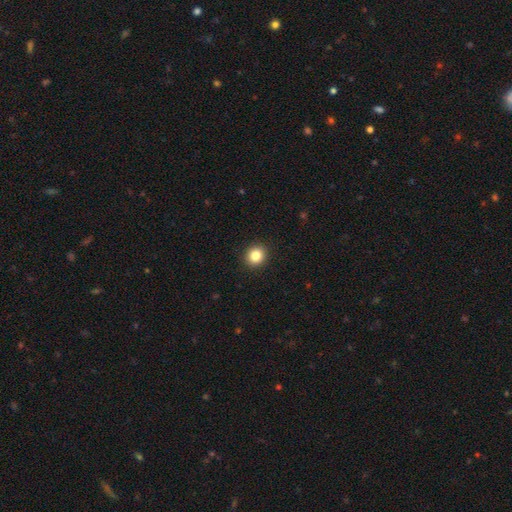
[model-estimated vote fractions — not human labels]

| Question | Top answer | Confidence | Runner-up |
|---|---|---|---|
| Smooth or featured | smooth | 85% | star or artifact (10%) |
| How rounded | round | 84% | in between (15%) |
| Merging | none | 92% | minor disturbance (5%) |